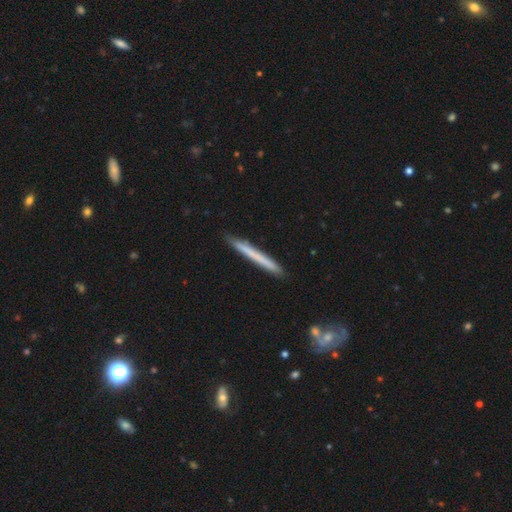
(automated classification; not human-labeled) Smooth or featured? smooth (61%)
How rounded? cigar-shaped (97%)
Merging? none (91%)